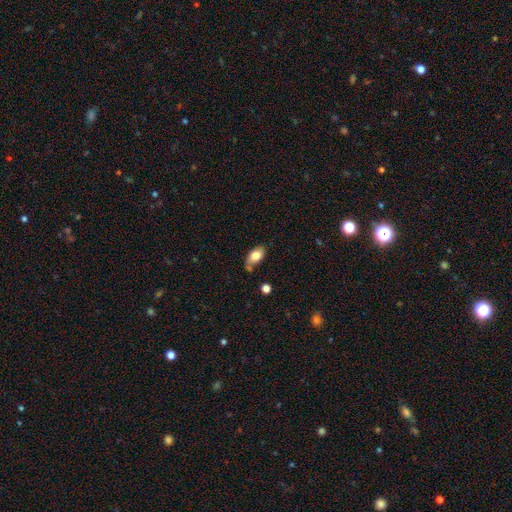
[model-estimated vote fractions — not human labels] A smooth galaxy with no disk features (79%) that is in between round and cigar-shaped (90%). Merging: none (58%).